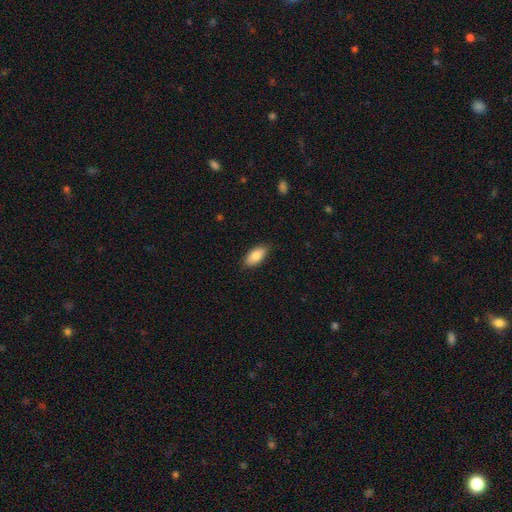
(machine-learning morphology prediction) Smooth or featured: smooth — 83% (featured or disk — 10%)
How rounded: in between — 91% (cigar-shaped — 6%)
Merging: none — 87% (minor disturbance — 10%)